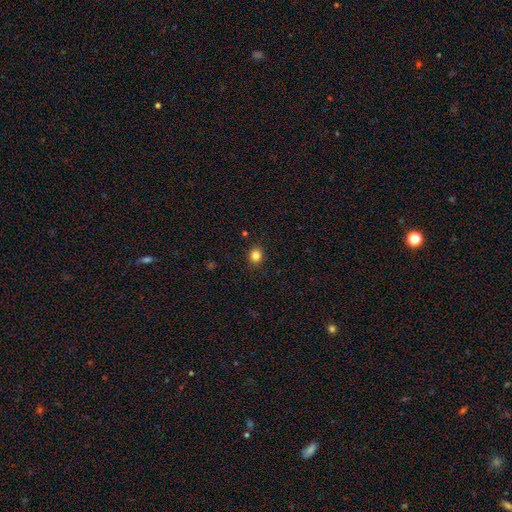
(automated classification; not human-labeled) A smooth galaxy with no disk features (83%) that is round (74%). Merging: none (90%).